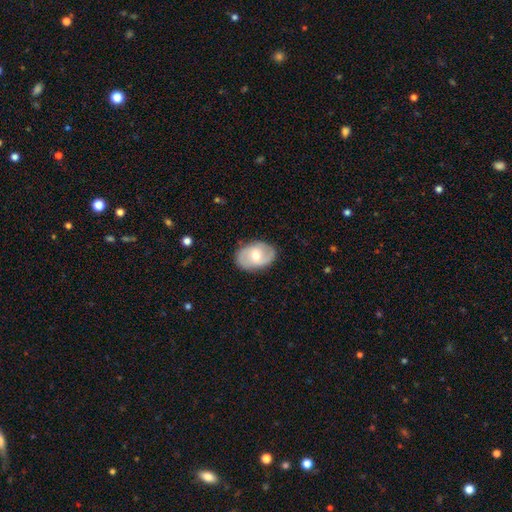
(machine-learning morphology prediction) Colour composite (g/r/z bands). It shows a featured or disk galaxy (53%). Merging: none (84%).